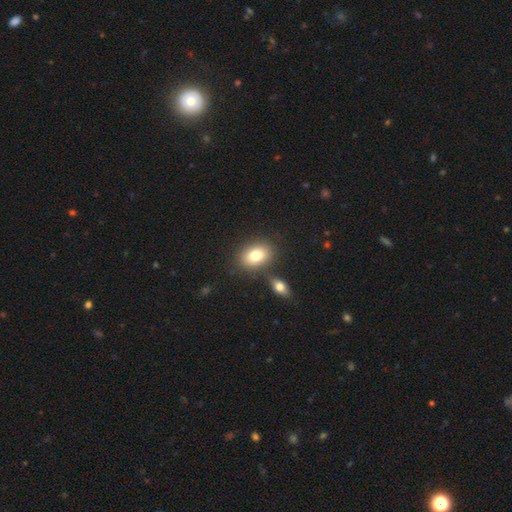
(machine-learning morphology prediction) This is likely a smooth galaxy (79%). How rounded: likely in between (78%). Merging: likely none (73%).